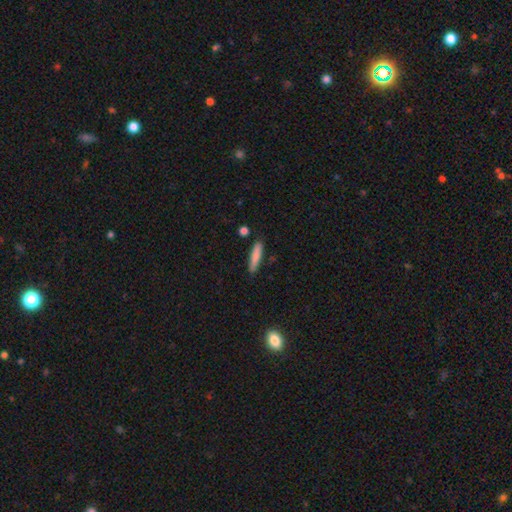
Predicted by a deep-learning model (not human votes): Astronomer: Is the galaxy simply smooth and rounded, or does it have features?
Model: smooth — 82%.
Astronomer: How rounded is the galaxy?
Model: cigar-shaped — 87%.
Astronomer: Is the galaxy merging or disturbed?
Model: none — 83%.